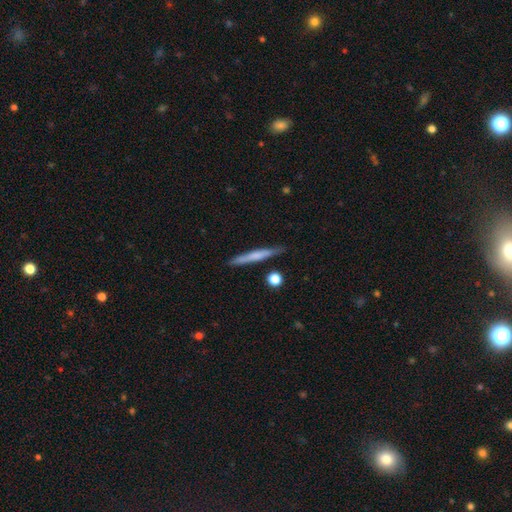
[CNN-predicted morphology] A smooth galaxy with no disk features (52%) that is cigar-shaped (95%). Merging: none (86%).